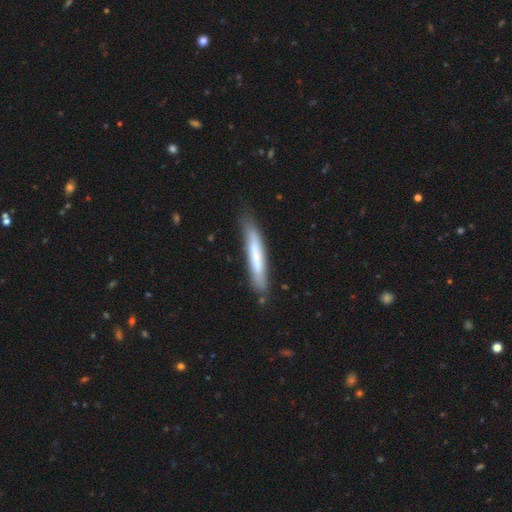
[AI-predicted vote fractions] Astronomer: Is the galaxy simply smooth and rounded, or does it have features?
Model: smooth — 60%.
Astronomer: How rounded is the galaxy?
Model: cigar-shaped — 94%.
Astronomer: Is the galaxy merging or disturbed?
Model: none — 77%.